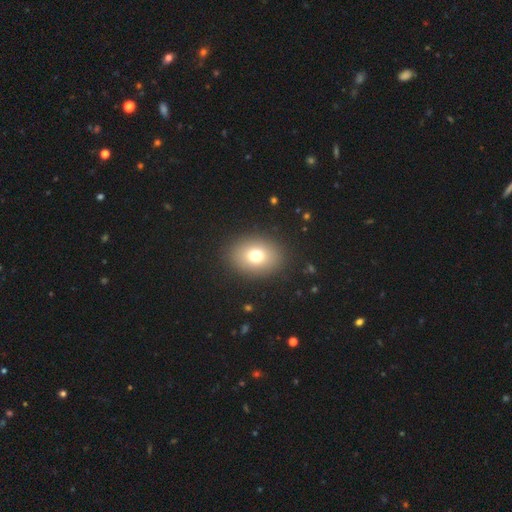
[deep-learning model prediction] Morphology: type=smooth (75%); roundness=in between (56%); merging=none (89%).